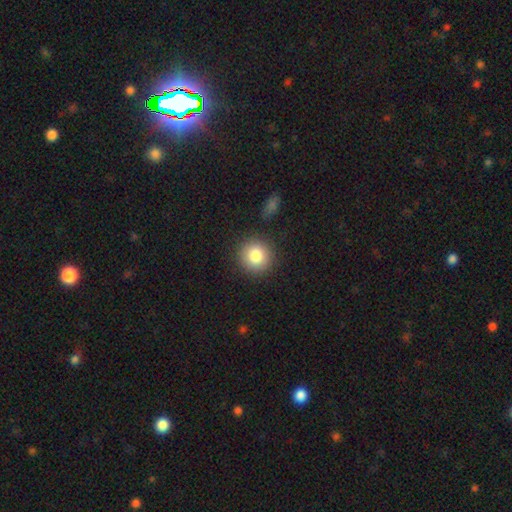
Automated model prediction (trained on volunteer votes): A smooth galaxy with no disk features (83%) that is round (92%). Merging: none (88%).